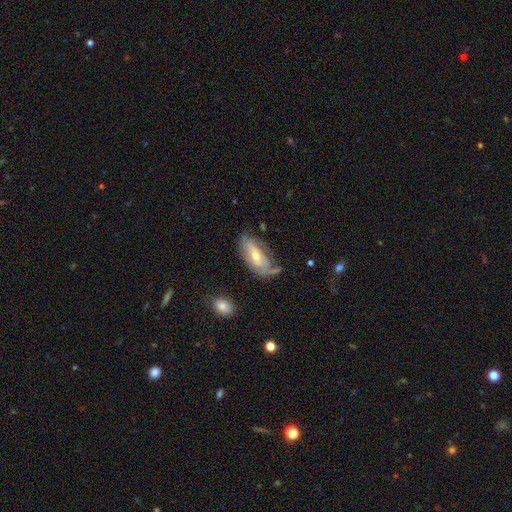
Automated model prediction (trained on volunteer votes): This is possibly a featured or disk galaxy (52%). It is likely not viewed edge-on (79%). Merging: possibly none (53%).